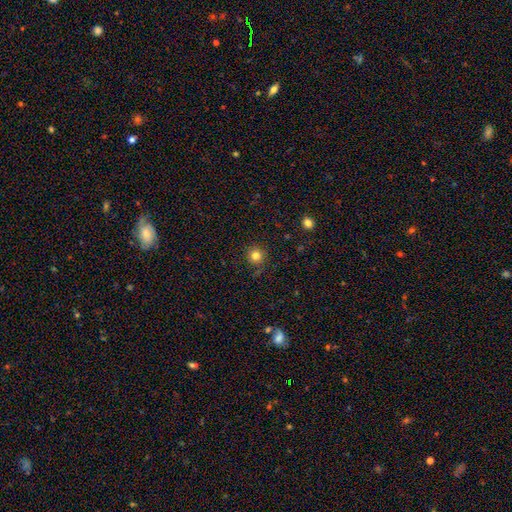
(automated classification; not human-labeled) Smooth or featured? smooth (81%)
How rounded? round (94%)
Merging? none (86%)